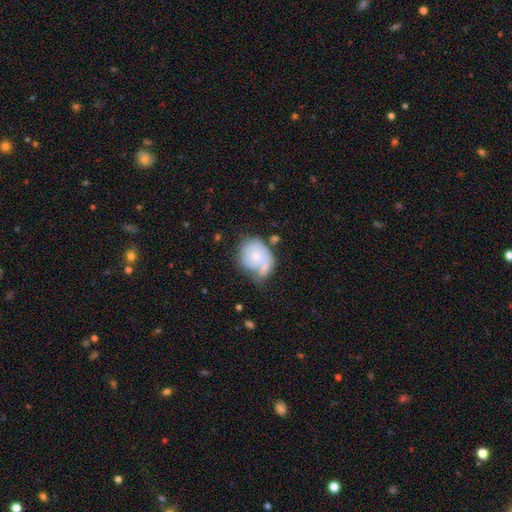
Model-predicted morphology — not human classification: This is possibly a featured or disk galaxy (48%). Merging: marginally none (31%).